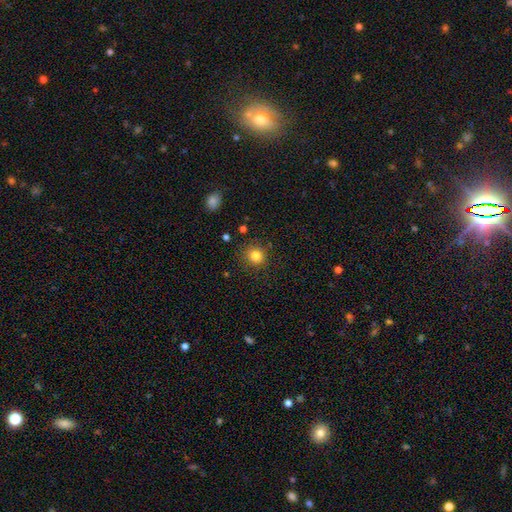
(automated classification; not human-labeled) A smooth galaxy with no disk features (82%) that is round (91%).

Vote fractions:
- Smooth or featured? smooth: 82% / star or artifact: 12% / featured or disk: 5%
- How rounded? round: 91% / in between: 8% / cigar-shaped: 1%
- Merging? none: 86% / minor disturbance: 9% / major disturbance: 3% / merger: 2%